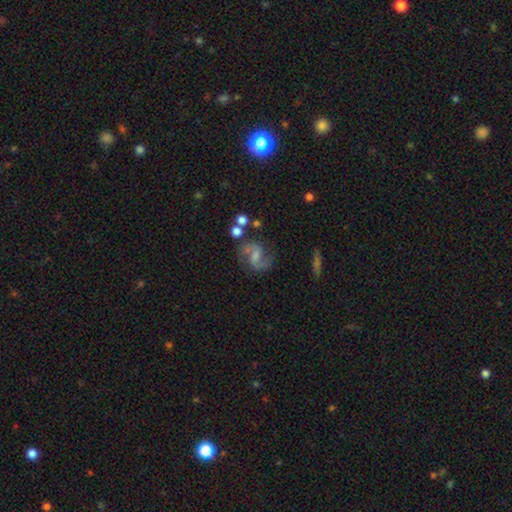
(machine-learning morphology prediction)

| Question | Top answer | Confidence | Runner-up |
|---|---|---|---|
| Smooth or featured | featured or disk | 83% | smooth (9%) |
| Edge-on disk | no | 98% | yes (2%) |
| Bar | weak | 51% | no (29%) |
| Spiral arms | yes | 96% | no (4%) |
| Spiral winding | medium | 54% | loose (35%) |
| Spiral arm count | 2 | 92% | can't tell (3%) |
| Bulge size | small | 40% | moderate (29%) |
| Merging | none | 74% | minor disturbance (14%) |